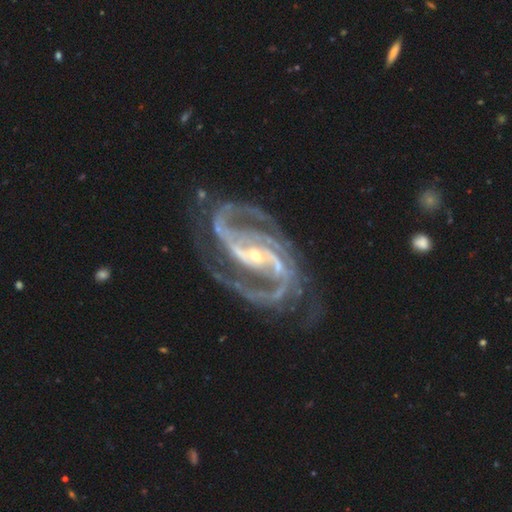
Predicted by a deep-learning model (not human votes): A featured or disk galaxy (94%) with a strong bar (59%), 2 (76%) medium (59%) spiral arms (99%) and a small central bulge (69%). Merging: none (69%).